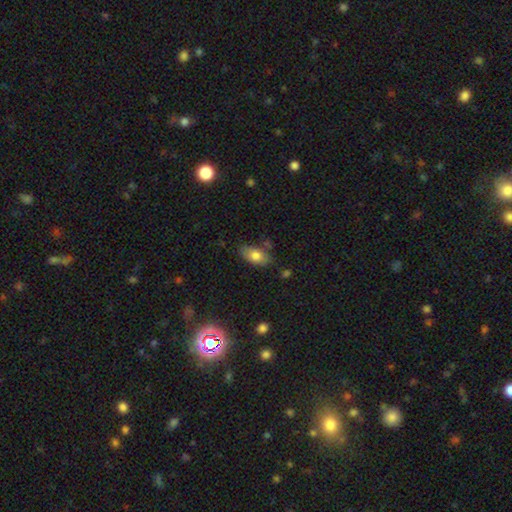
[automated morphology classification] smooth-or-featured: smooth: 78% | featured or disk: 14% | star or artifact: 8%
  how-rounded: in between: 89% | round: 7% | cigar-shaped: 4%
  merging: none: 69% | minor disturbance: 21% | merger: 5% | major disturbance: 5%